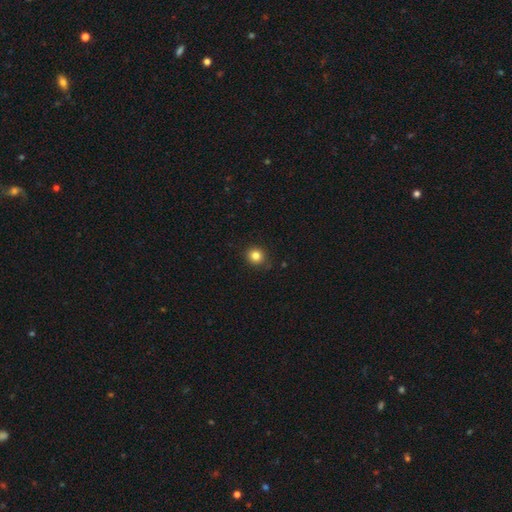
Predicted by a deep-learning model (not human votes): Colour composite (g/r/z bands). It shows a smooth galaxy with no disk features (83%) that is round (86%). Merging: none (86%).